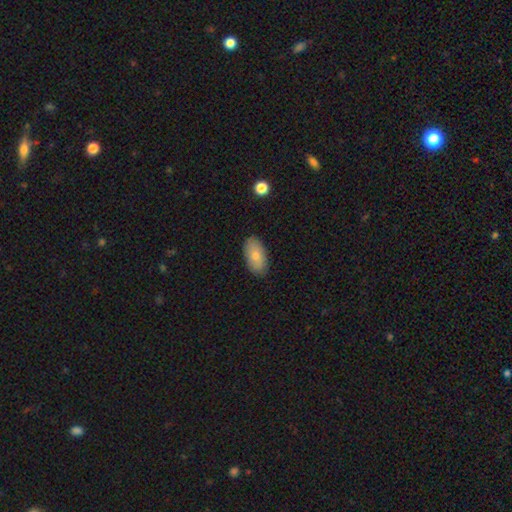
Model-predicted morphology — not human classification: This appears to be a smooth galaxy with no disk features (77%) that is in between round and cigar-shaped (94%). Merging: none (86%).